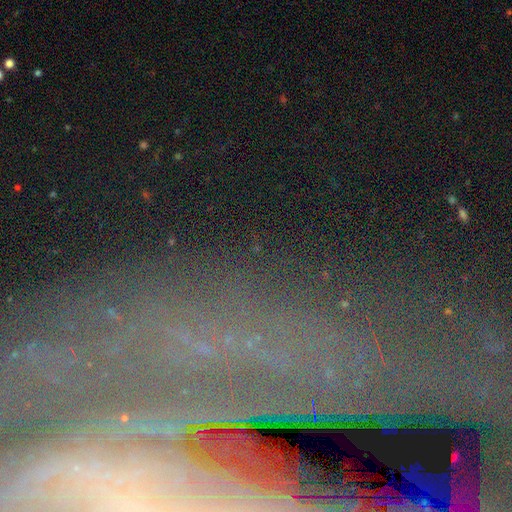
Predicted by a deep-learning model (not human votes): The model was most divided on "smooth or featured": featured or disk: 45%, star or artifact: 36%, smooth: 19%. More confident: merging — none (77%).